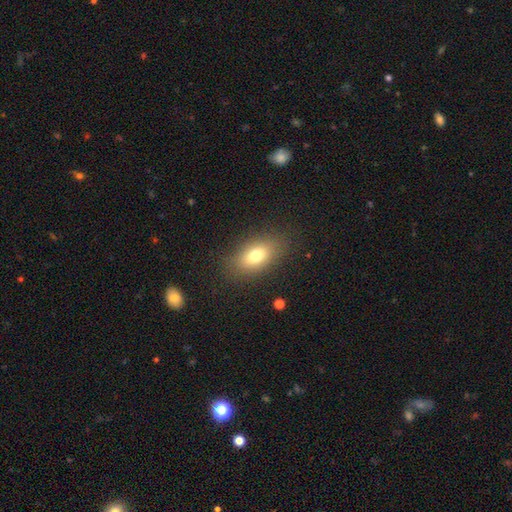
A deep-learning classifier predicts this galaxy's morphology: Overall: smooth (74%). How rounded: in between (86%). Merging: none (83%).